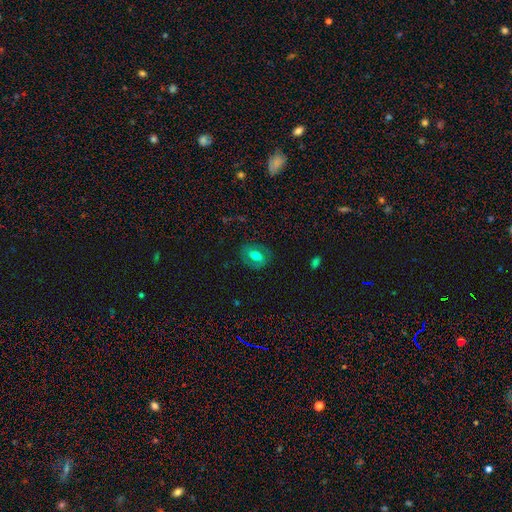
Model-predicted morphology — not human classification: smooth_or_featured: smooth (p=0.50) [alt: featured or disk p=0.41]
how_rounded: in between (p=0.70) [alt: round p=0.28]
merging: none (p=0.78) [alt: minor disturbance p=0.14]